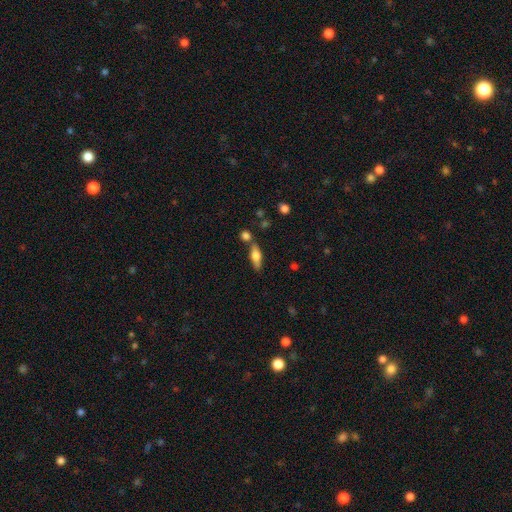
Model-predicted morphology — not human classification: This is possibly a smooth galaxy (55%). How rounded: possibly in between (53%). Merging: likely none (69%).